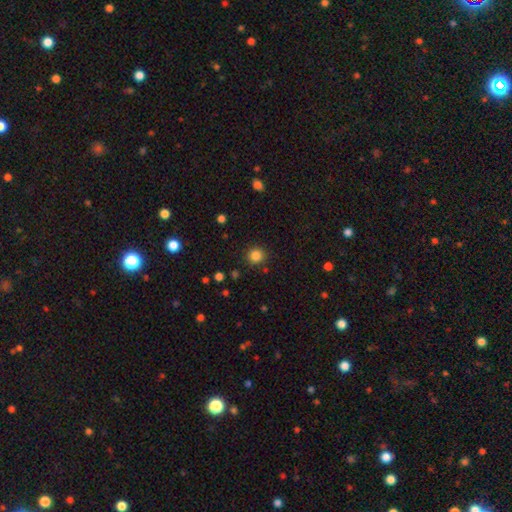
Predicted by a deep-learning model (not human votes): This appears to be a smooth galaxy with no disk features (84%) that is round (91%). Merging: none (89%).